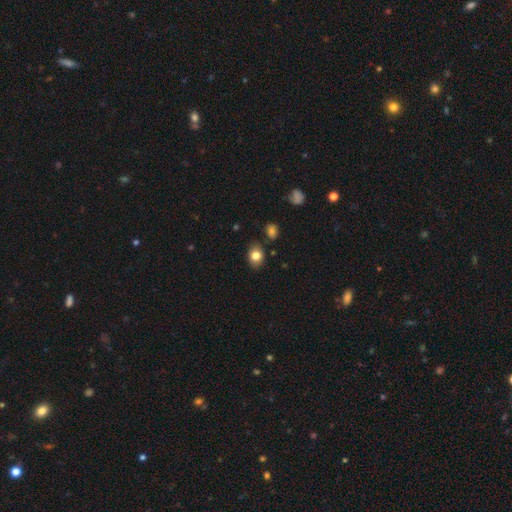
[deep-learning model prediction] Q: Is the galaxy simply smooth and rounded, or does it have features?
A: smooth — 82%.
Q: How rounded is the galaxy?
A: in between — 61%.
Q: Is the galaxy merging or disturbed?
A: none — 82%.